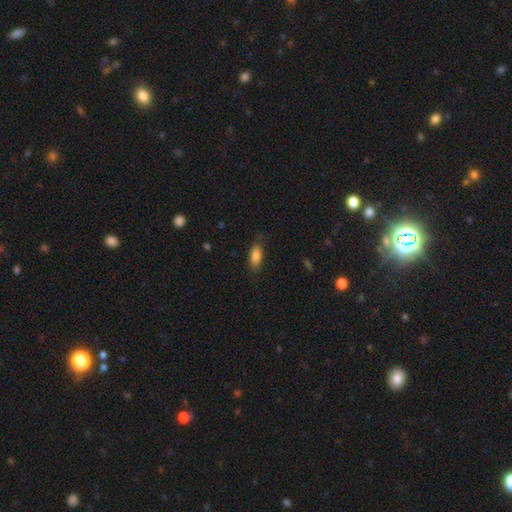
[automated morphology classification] Smooth or featured? Predicted: smooth (p=0.84). How rounded? Predicted: in between (p=0.82). Merging? Predicted: none (p=0.77).